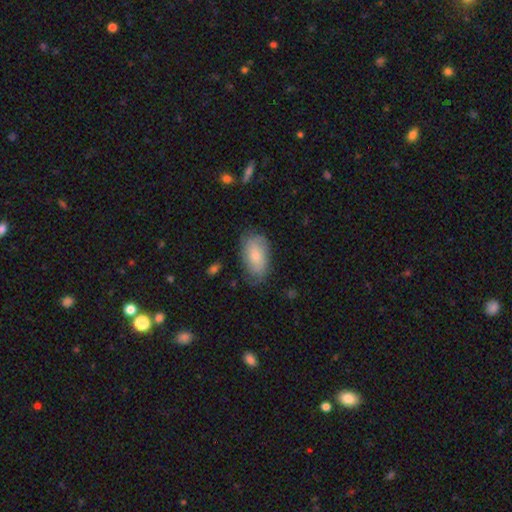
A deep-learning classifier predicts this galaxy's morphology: Smooth or featured?
  - smooth: 68% *
  - featured or disk: 26%
  - star or artifact: 6%
How rounded?
  - in between: 92% *
  - round: 5%
  - cigar-shaped: 3%
Merging?
  - none: 66% *
  - minor disturbance: 25%
  - major disturbance: 7%
  - merger: 1%